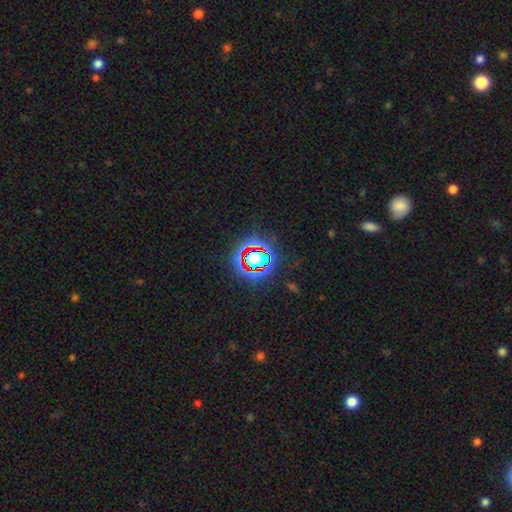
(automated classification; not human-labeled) Smooth or featured: star or artifact — 69% (smooth — 19%)